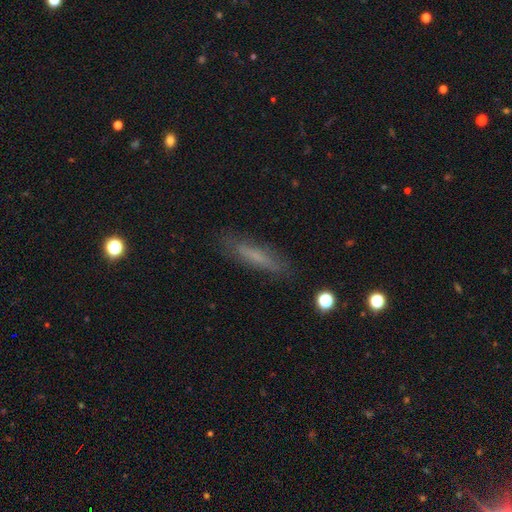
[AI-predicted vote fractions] A smooth galaxy with no disk features (60%) that is cigar-shaped (82%).

Vote fractions:
- Smooth or featured? smooth: 60% / featured or disk: 30% / star or artifact: 10%
- How rounded? cigar-shaped: 82% / in between: 17% / round: 2%
- Merging? none: 82% / minor disturbance: 13% / major disturbance: 4% / merger: 2%